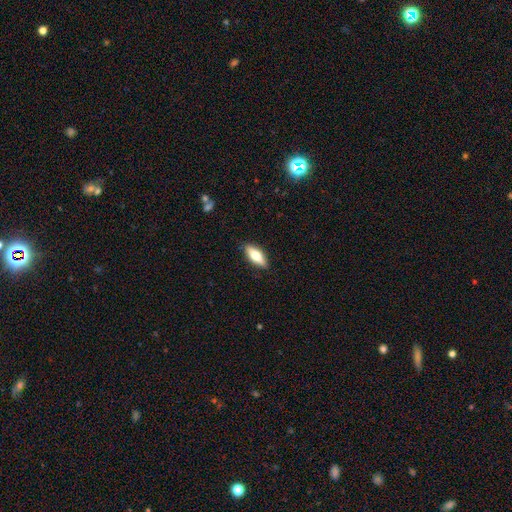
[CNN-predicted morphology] Overall: smooth (65%; featured or disk 29%). How rounded: in between (66%; cigar-shaped 32%). Merging: none (88%).